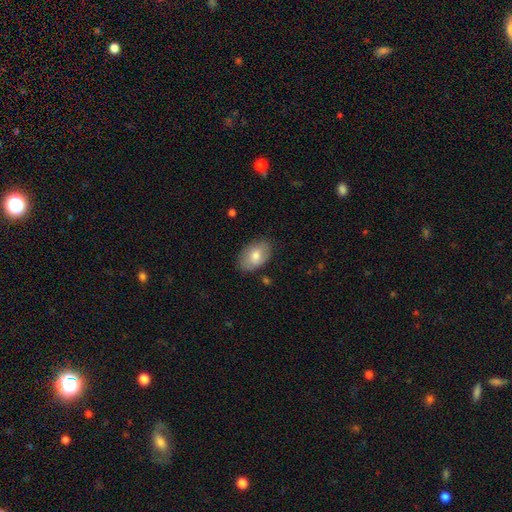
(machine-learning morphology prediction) The model was most divided on "smooth or featured": smooth: 75%, featured or disk: 18%, star or artifact: 6%. More confident: how rounded — in between (90%); merging — none (80%).